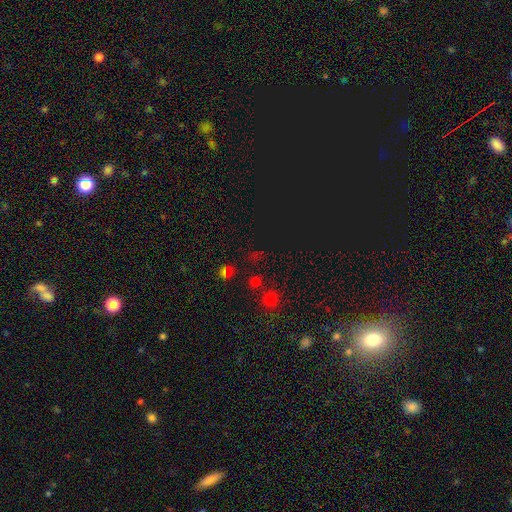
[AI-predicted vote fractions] Smooth or featured? star or artifact (65%)